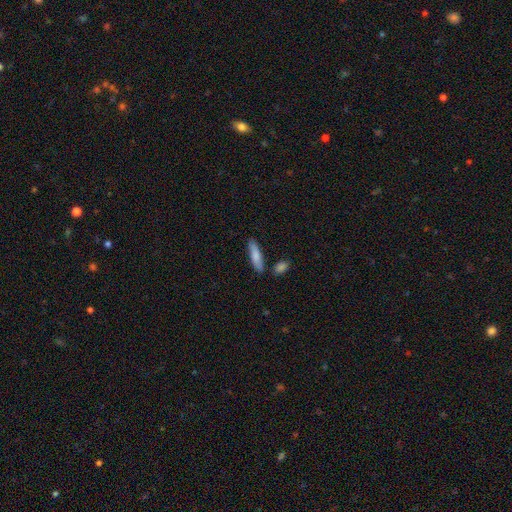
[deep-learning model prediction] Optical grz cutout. It shows a smooth galaxy with no disk features (79%) that is cigar-shaped (74%). Merging: none (80%).